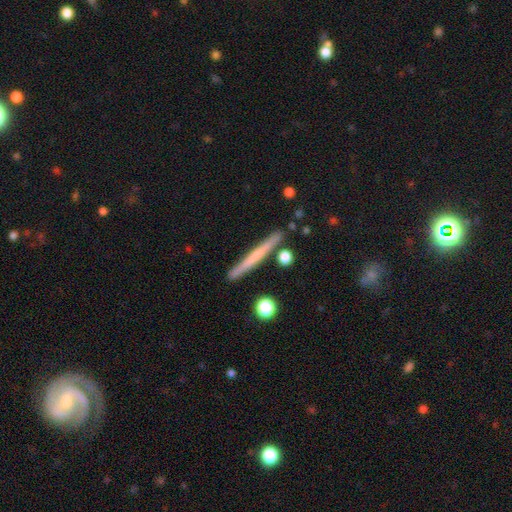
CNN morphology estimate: Smooth or featured? featured or disk (47%)
Merging? none (87%)